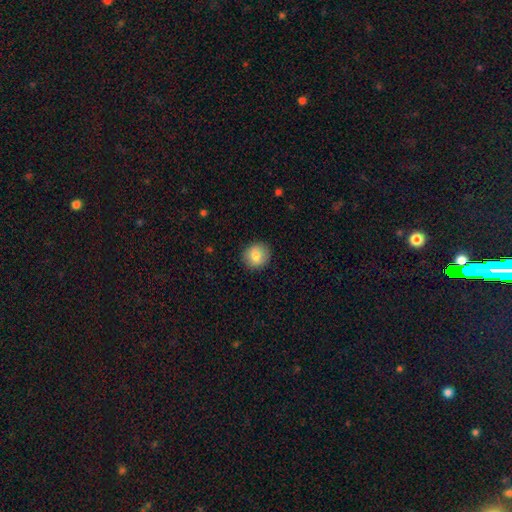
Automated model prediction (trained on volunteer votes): smooth_or_featured: smooth (p=0.83) [alt: featured or disk p=0.09]
how_rounded: round (p=0.88) [alt: in between p=0.11]
merging: none (p=0.90) [alt: minor disturbance p=0.07]